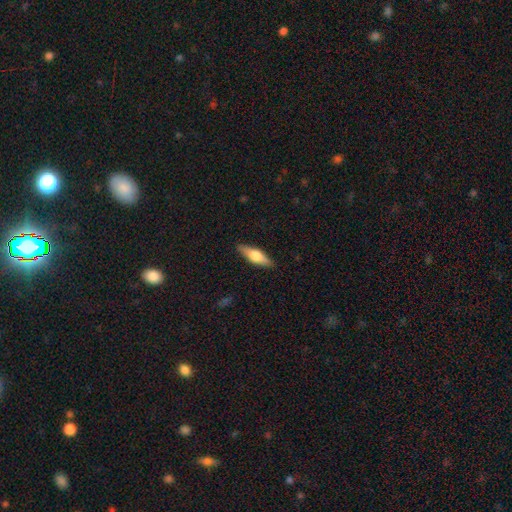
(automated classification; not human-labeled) Overall: smooth (54%; featured or disk 40%). How rounded: cigar-shaped (51%; in between 47%). Merging: none (88%).